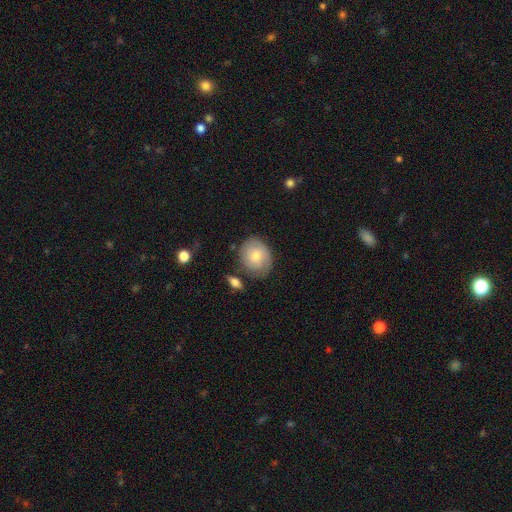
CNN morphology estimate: Smooth or featured?
  - smooth: 59% *
  - featured or disk: 33%
  - star or artifact: 7%
How rounded?
  - round: 60% *
  - in between: 39%
  - cigar-shaped: 1%
Merging?
  - none: 73% *
  - minor disturbance: 18%
  - major disturbance: 4%
  - merger: 4%